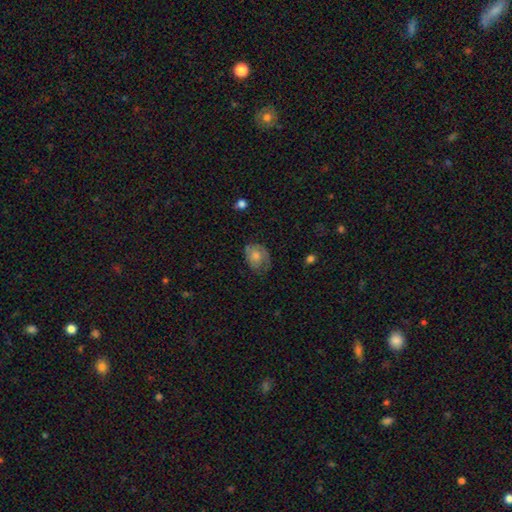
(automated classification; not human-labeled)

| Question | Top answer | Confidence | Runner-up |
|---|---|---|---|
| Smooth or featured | smooth | 47% | featured or disk (43%) |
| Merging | none | 57% | minor disturbance (27%) |